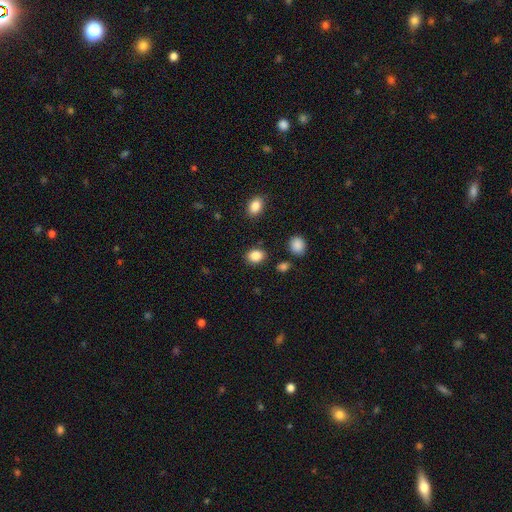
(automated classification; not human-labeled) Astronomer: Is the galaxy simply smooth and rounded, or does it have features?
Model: smooth — 86%.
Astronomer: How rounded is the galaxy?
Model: in between — 59% (runner-up: round, 40%).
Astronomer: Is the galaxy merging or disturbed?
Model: none — 85%.